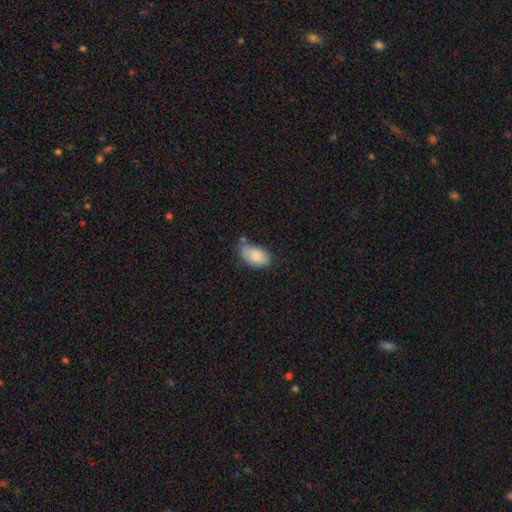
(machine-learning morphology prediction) This appears to be a smooth galaxy with no disk features (80%) that is in between round and cigar-shaped (93%). Merging: none (54%).